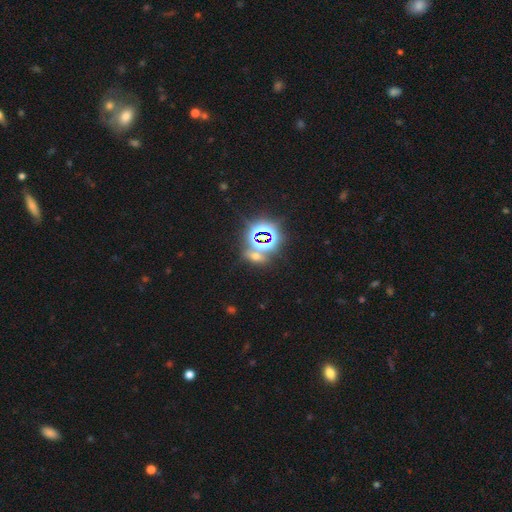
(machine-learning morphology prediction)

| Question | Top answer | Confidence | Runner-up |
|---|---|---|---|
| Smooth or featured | star or artifact | 61% | smooth (28%) |